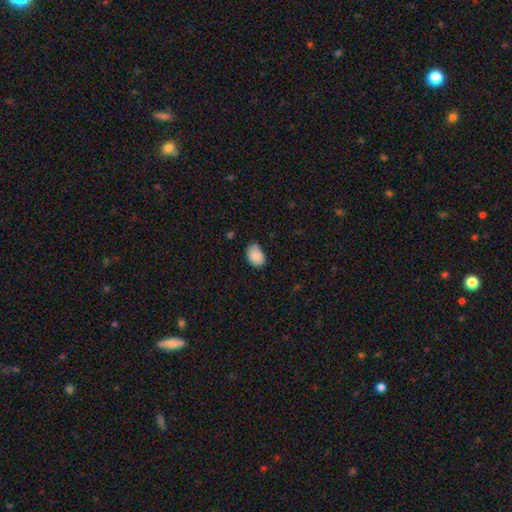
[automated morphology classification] The model was most divided on "merging": none: 66%, minor disturbance: 28%, major disturbance: 4%, merger: 2%. More confident: smooth or featured — smooth (87%); how rounded — in between (79%).